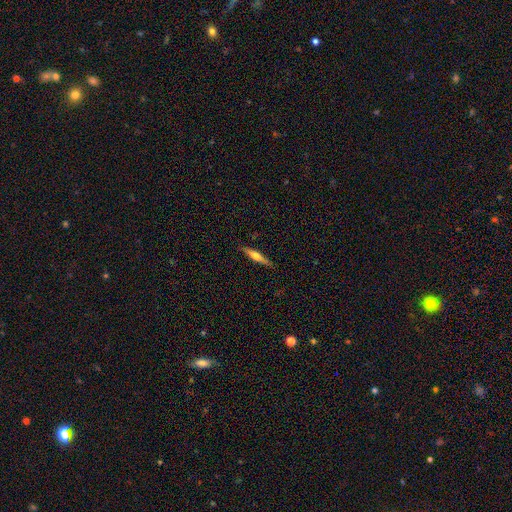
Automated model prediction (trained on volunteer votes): A featured or disk galaxy (55%) viewed edge-on (96%) with a rounded central bulge (85%).

Vote fractions:
- Smooth or featured? featured or disk: 55% / smooth: 39% / star or artifact: 6%
- Edge-on disk? yes: 96% / no: 4%
- Edge-on bulge? rounded: 85% / boxy: 8% / none: 7%
- Merging? none: 87% / minor disturbance: 10% / major disturbance: 2% / merger: 1%